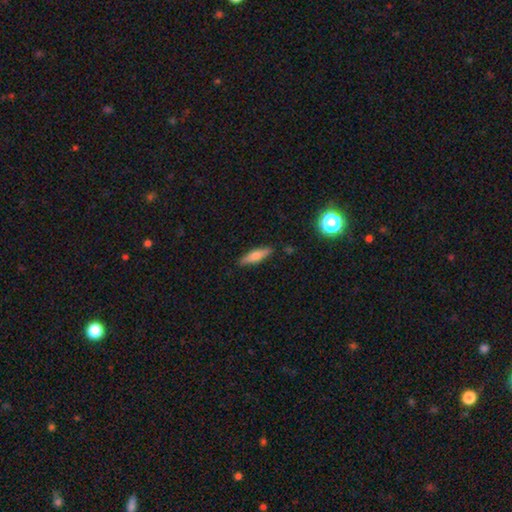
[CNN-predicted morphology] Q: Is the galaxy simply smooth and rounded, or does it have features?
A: smooth — 56%.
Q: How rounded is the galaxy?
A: cigar-shaped — 69%.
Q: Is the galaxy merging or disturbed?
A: none — 87%.